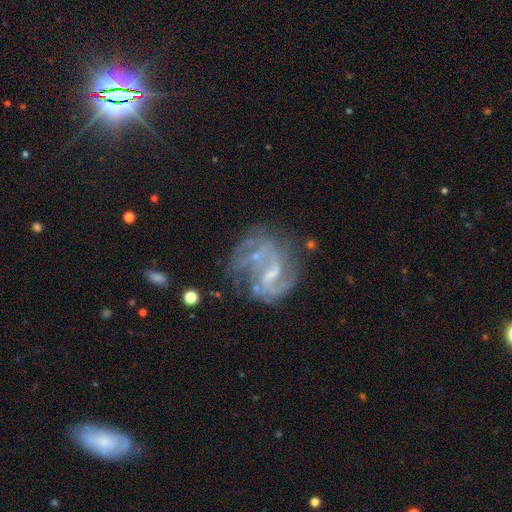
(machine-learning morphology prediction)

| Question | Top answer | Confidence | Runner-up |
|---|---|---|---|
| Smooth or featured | featured or disk | 83% | smooth (9%) |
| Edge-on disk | no | 98% | yes (2%) |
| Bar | weak | 53% | no (27%) |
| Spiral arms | yes | 85% | no (15%) |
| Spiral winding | medium | 44% | loose (39%) |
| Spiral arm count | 2 | 62% | can't tell (17%) |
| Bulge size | small | 50% | none (30%) |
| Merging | none | 45% | major disturbance (24%) |